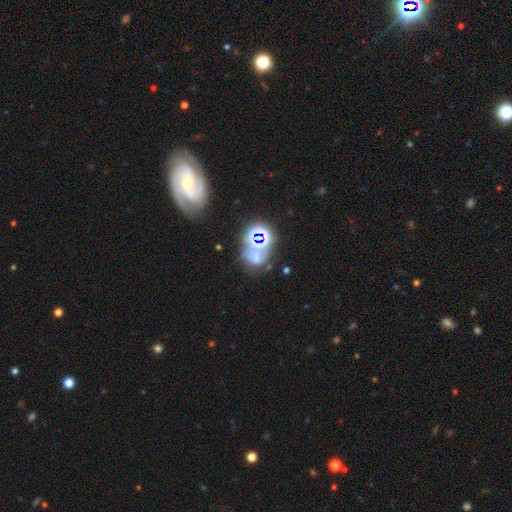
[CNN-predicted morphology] type=star or artifact (45%).